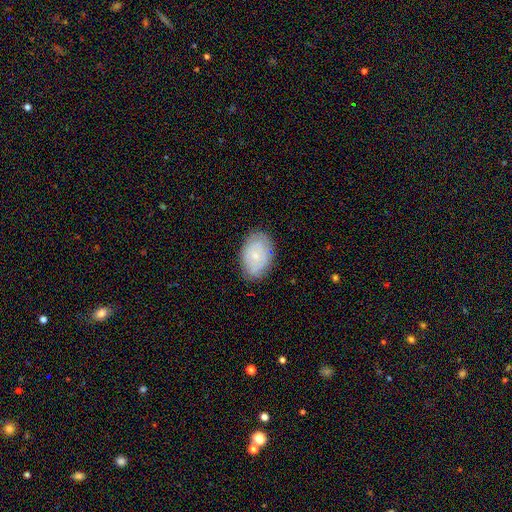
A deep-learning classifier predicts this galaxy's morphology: smooth-or-featured: smooth: 55% | featured or disk: 38% | star or artifact: 7%
  how-rounded: in between: 87% | round: 12% | cigar-shaped: 1%
  merging: none: 78% | minor disturbance: 17% | major disturbance: 4% | merger: 1%